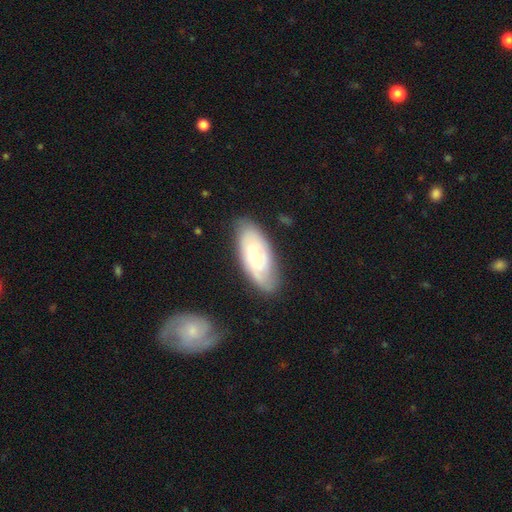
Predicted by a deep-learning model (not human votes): Smooth or featured?
  - featured or disk: 56% *
  - smooth: 38%
  - star or artifact: 6%
Edge-on disk?
  - no: 90% *
  - yes: 10%
Bar?
  - no: 77% *
  - weak: 20%
  - strong: 4%
Spiral arms?
  - yes: 82% *
  - no: 18%
Bulge size?
  - small: 50% *
  - moderate: 43%
  - large: 4%
  - none: 2%
  - dominant: 1%
Merging?
  - none: 75% *
  - minor disturbance: 18%
  - major disturbance: 4%
  - merger: 2%